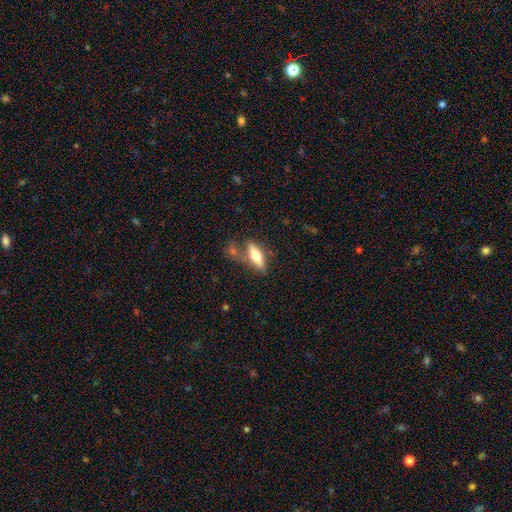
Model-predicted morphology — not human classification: A smooth galaxy with no disk features (57%) that is in between round and cigar-shaped (52%). Merging: none (58%).